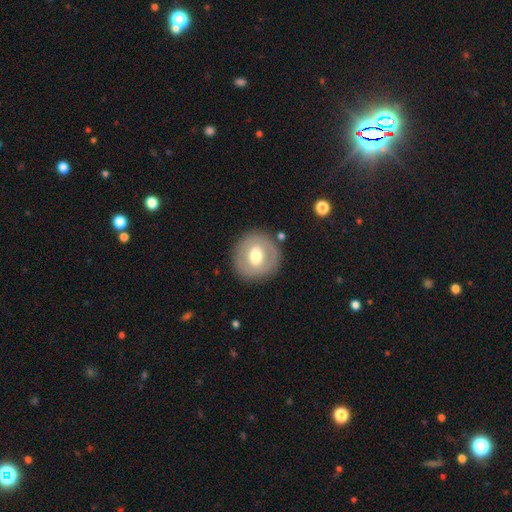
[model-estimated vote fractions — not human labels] A smooth galaxy with no disk features (50%) that is round (87%). Merging: none (84%).